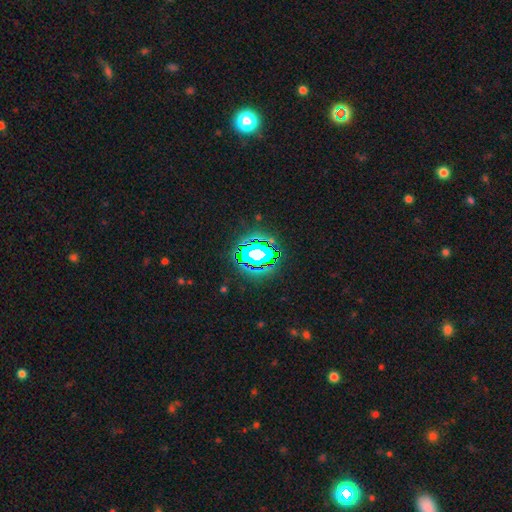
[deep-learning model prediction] Q: Smooth or featured?
A: star or artifact (70%); runner-up: smooth (17%)